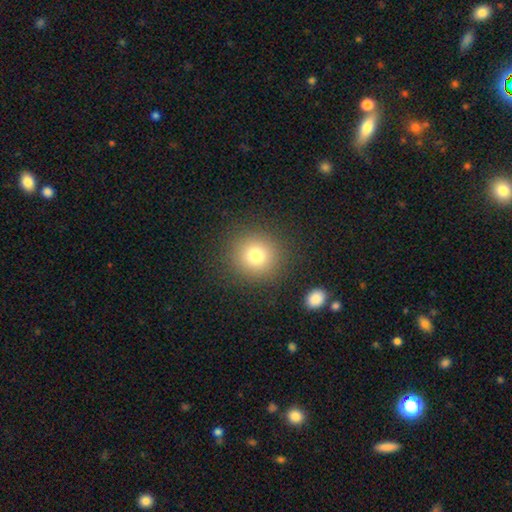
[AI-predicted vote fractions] smooth-or-featured: smooth: 78% | star or artifact: 13% | featured or disk: 9%
  how-rounded: round: 91% | in between: 8% | cigar-shaped: 1%
  merging: none: 88% | minor disturbance: 7% | major disturbance: 3% | merger: 2%